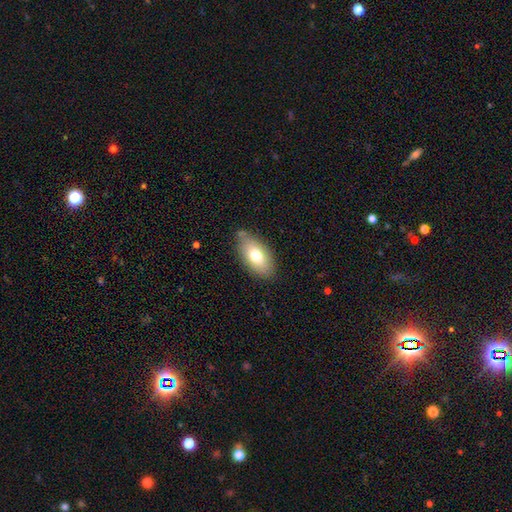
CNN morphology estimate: smooth 72%, featured or disk 21%, star or artifact 7%. Down the decision tree: how rounded — in between (92%); merging — none (75%).